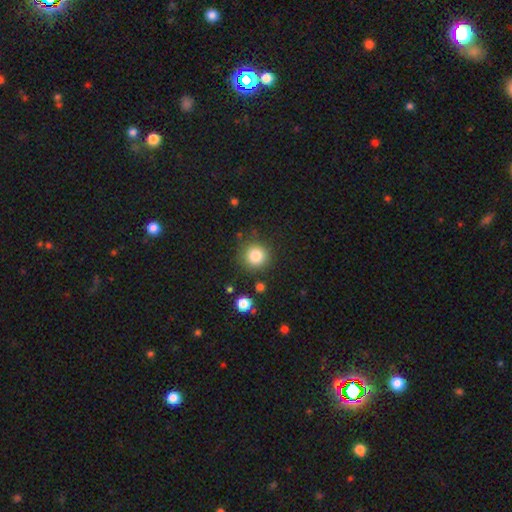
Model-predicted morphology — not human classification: Overall: smooth (83%). How rounded: round (93%). Merging: none (85%).